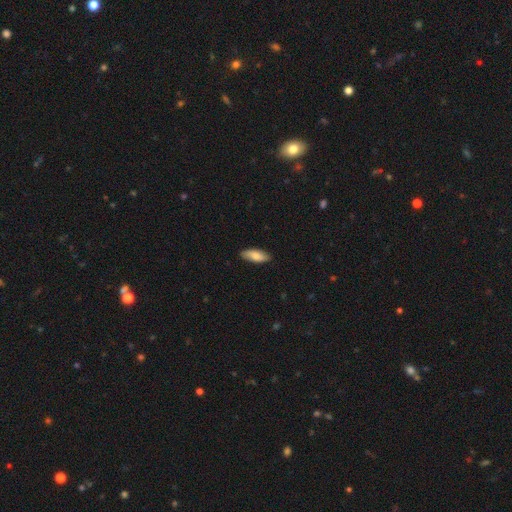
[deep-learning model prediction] Smooth or featured? smooth (81%)
How rounded? in between (72%)
Merging? none (86%)